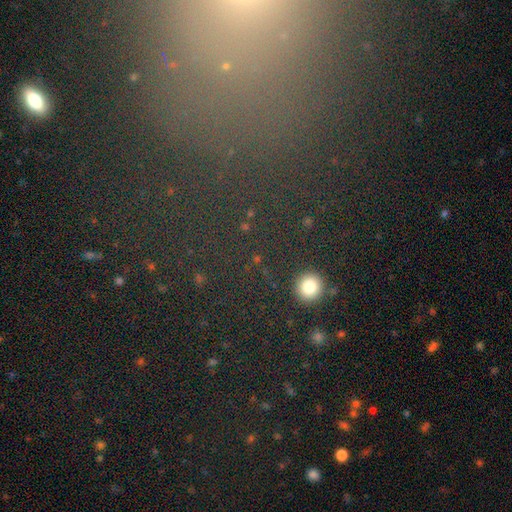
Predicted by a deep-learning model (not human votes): A star or artifact, not a galaxy (58%).